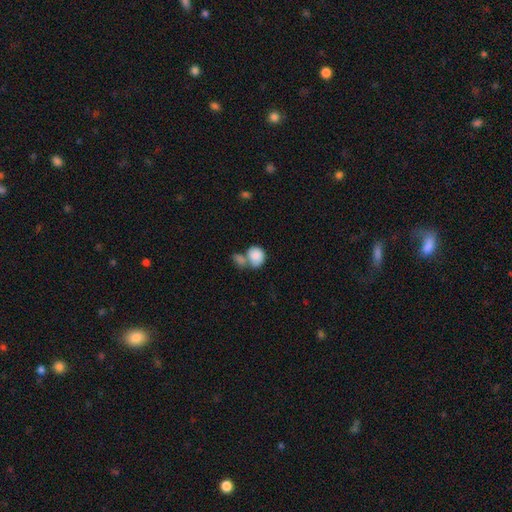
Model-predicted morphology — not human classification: A smooth galaxy with no disk features (84%) that is round (60%).

Vote fractions:
- Smooth or featured? smooth: 84% / featured or disk: 9% / star or artifact: 7%
- How rounded? round: 60% / in between: 39% / cigar-shaped: 1%
- Merging? merger: 59% / none: 24% / minor disturbance: 10% / major disturbance: 6%